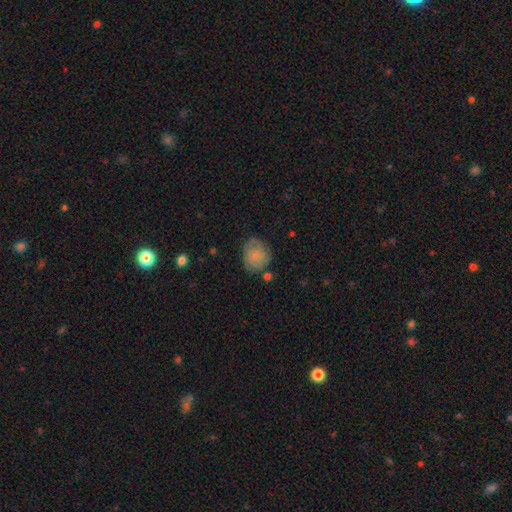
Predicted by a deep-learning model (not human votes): Overall: smooth (62%; featured or disk 29%). How rounded: round (68%; in between 31%). Merging: none (68%).